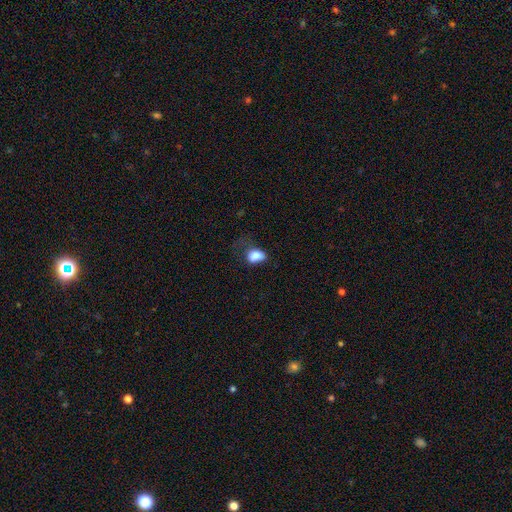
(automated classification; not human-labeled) Overall: smooth (83%). How rounded: in between (78%). Merging: none (35%; minor disturbance 32%).